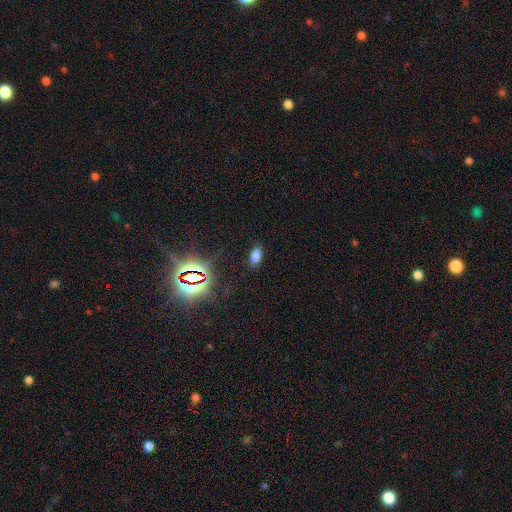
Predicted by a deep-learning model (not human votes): Q: Smooth or featured?
A: smooth (72%); runner-up: star or artifact (23%)
Q: How rounded?
A: in between (90%); runner-up: round (5%)
Q: Merging?
A: none (85%); runner-up: minor disturbance (10%)